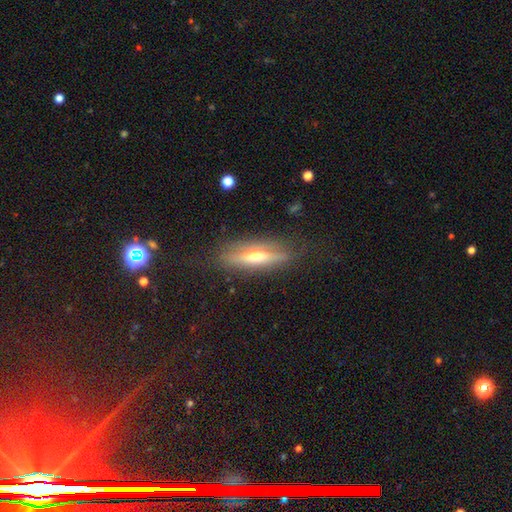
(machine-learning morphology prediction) This is likely a featured or disk galaxy (61%). It is clearly viewed edge-on (86%). Edge-on bulge: clearly rounded (87%). Merging: likely none (77%).